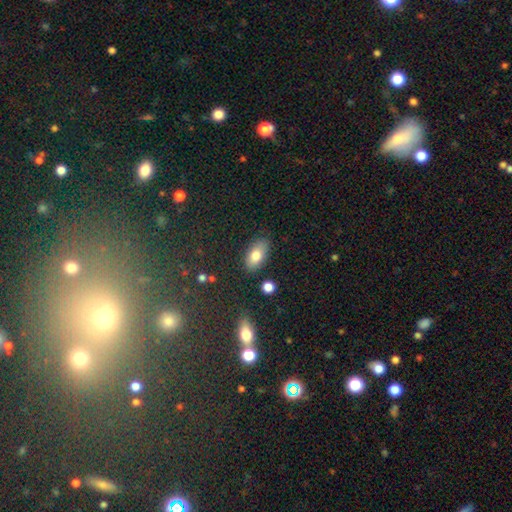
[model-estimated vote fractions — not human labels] Overall: smooth (79%). How rounded: in between (91%). Merging: none (83%).